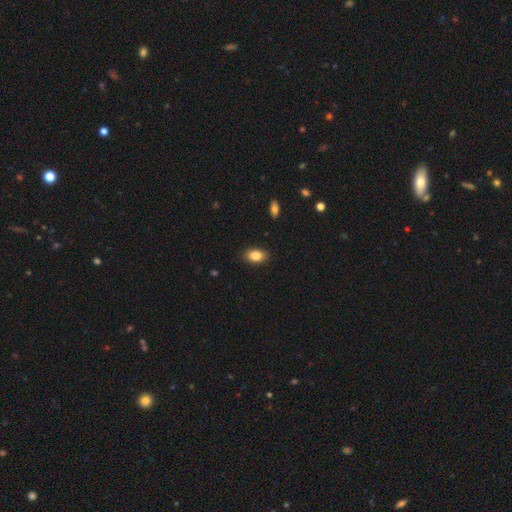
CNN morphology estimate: smooth 87%, star or artifact 8%, featured or disk 5%. Down the decision tree: how rounded — in between (89%); merging — none (87%).